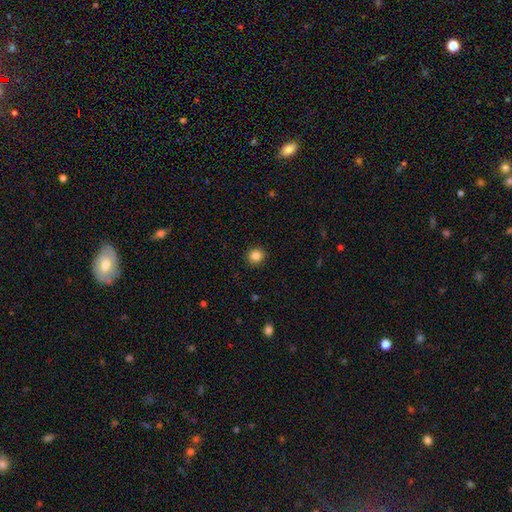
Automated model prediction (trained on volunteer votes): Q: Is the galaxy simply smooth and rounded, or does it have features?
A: smooth — 86%.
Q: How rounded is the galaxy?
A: round — 91%.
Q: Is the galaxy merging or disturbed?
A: none — 92%.